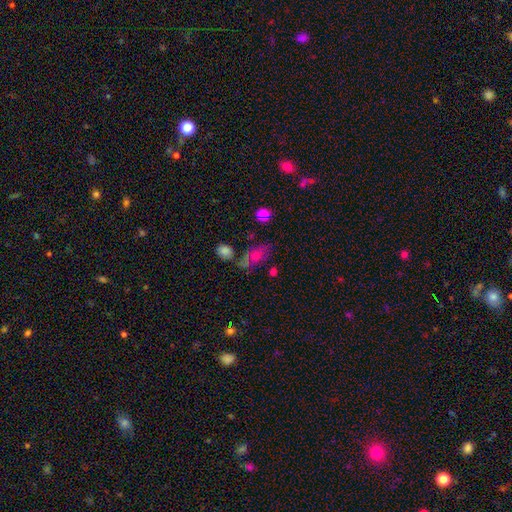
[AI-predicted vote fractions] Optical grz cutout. It shows a smooth galaxy with no disk features (50%). Merging: none (57%).